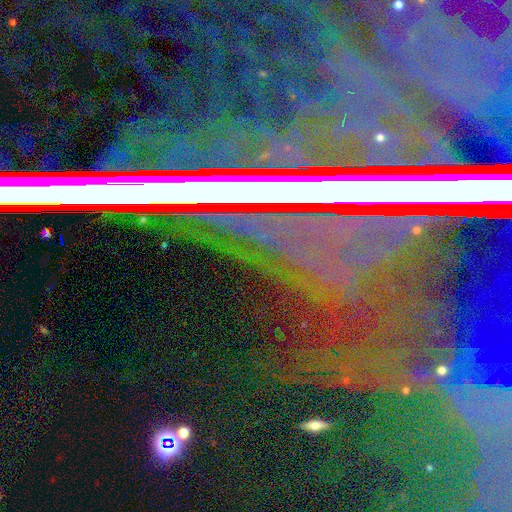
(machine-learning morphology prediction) Q: Smooth or featured?
A: star or artifact (69%); runner-up: featured or disk (20%)